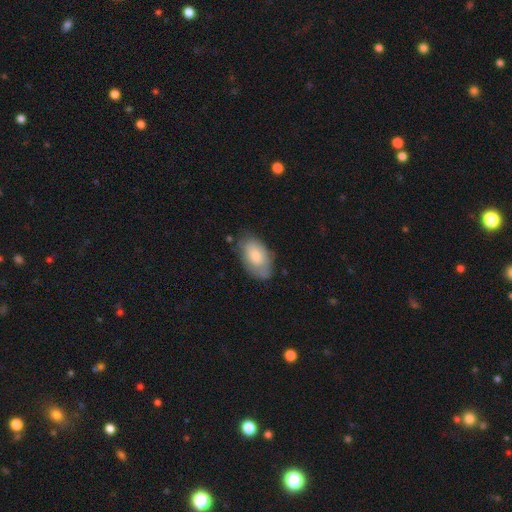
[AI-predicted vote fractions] Smooth or featured: smooth — 69% (featured or disk — 25%)
How rounded: in between — 93% (round — 5%)
Merging: none — 66% (minor disturbance — 25%)